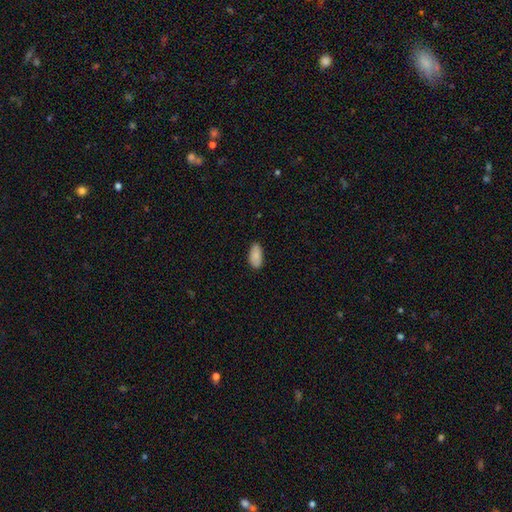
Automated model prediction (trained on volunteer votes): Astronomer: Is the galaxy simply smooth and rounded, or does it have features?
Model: smooth — 87%.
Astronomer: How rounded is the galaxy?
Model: in between — 92%.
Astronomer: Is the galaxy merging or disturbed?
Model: none — 83%.